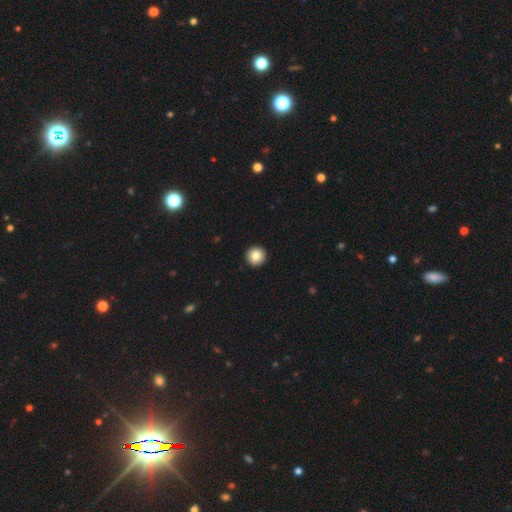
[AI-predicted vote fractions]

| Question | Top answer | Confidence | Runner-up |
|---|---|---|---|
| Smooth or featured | smooth | 84% | star or artifact (9%) |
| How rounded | round | 96% | in between (3%) |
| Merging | none | 94% | minor disturbance (4%) |